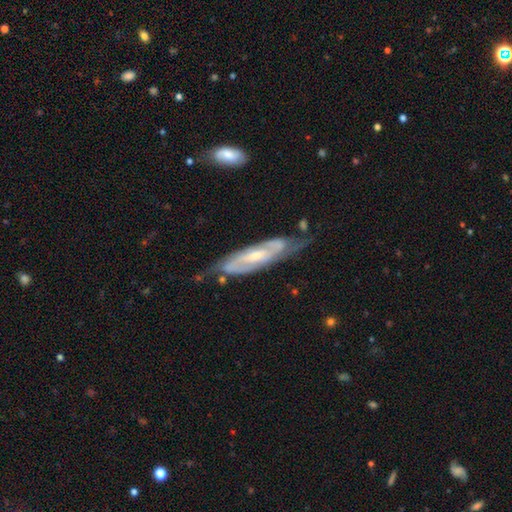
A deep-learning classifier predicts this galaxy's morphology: A featured or disk galaxy (82%) with a weak bar (41%), 2 (67%) tight (50%) spiral arms (92%) and a small central bulge (52%).

Vote fractions:
- Smooth or featured? featured or disk: 82% / smooth: 13% / star or artifact: 5%
- Edge-on disk? no: 80% / yes: 20%
- Bar? weak: 41% / no: 38% / strong: 21%
- Spiral arms? yes: 92% / no: 8%
- Spiral winding? tight: 50% / medium: 39% / loose: 11%
- Spiral arm count? 2: 67% / can't tell: 23% / 3: 4% / 1: 2% / 4: 2% / more than 4: 1%
- Bulge size? small: 52% / moderate: 41% / none: 3% / large: 3% / dominant: 1%
- Merging? none: 61% / minor disturbance: 26% / major disturbance: 10% / merger: 3%